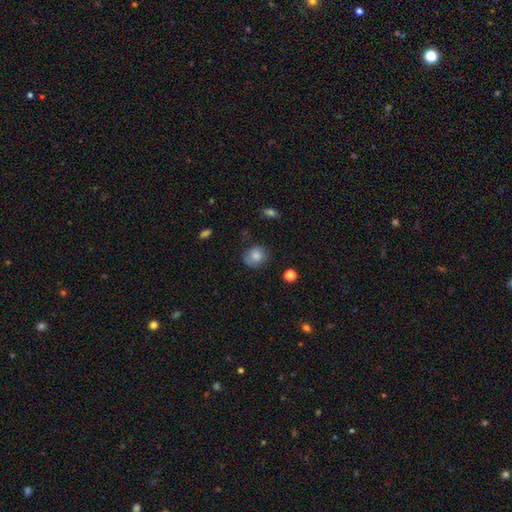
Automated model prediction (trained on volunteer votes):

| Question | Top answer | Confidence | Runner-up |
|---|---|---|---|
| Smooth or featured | smooth | 81% | featured or disk (10%) |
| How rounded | round | 78% | in between (21%) |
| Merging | none | 69% | minor disturbance (22%) |